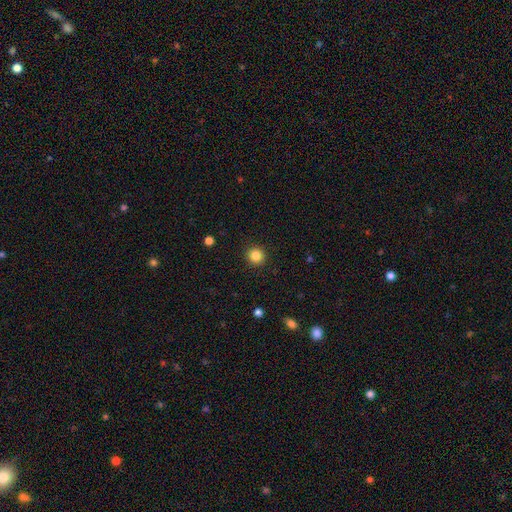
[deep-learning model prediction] Morphology: type=smooth (84%); roundness=round (94%); merging=none (92%).